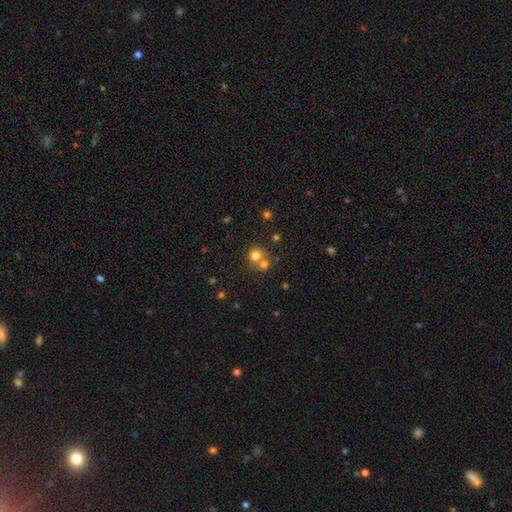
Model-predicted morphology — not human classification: Smooth or featured? Predicted: smooth (p=0.74). How rounded? Predicted: round (p=0.85). Merging? Predicted: none (p=0.45, tied with merger).